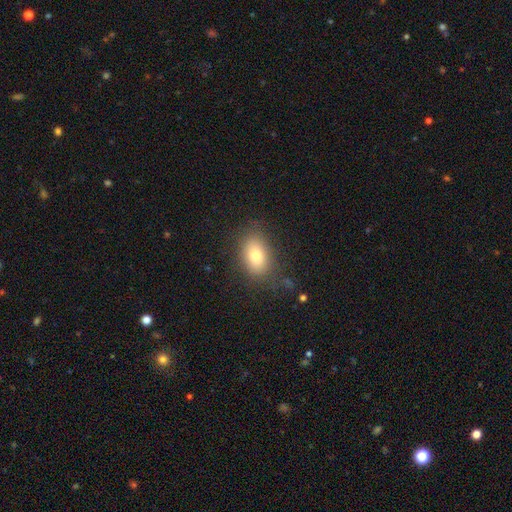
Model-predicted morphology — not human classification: A smooth galaxy with no disk features (78%) that is in between round and cigar-shaped (82%).

Vote fractions:
- Smooth or featured? smooth: 78% / featured or disk: 12% / star or artifact: 10%
- How rounded? in between: 82% / round: 17% / cigar-shaped: 2%
- Merging? none: 81% / minor disturbance: 13% / major disturbance: 4% / merger: 2%